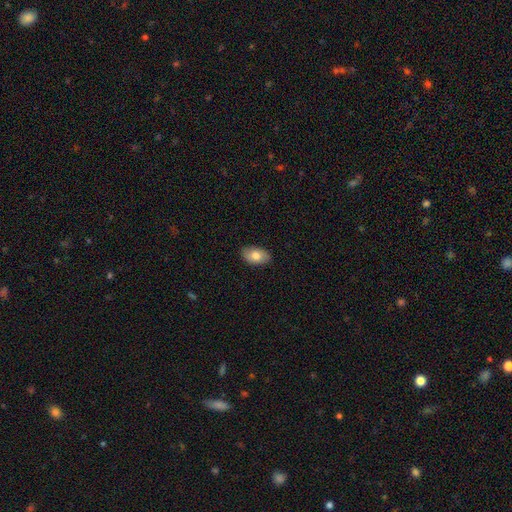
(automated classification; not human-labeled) This appears to be a smooth galaxy with no disk features (78%) that is in between round and cigar-shaped (92%). Merging: none (87%).